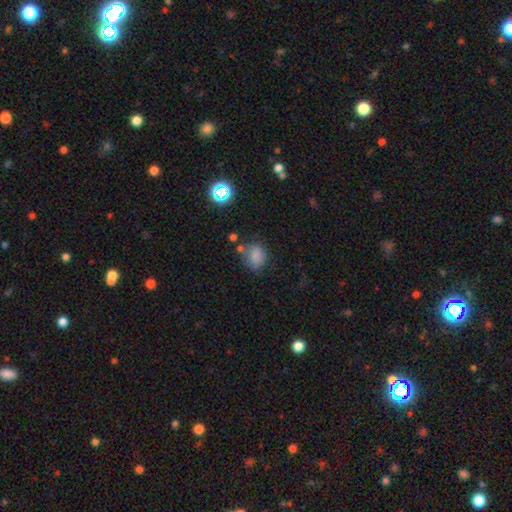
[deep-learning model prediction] Smooth or featured?
  - smooth: 79% *
  - star or artifact: 13%
  - featured or disk: 9%
How rounded?
  - round: 60% *
  - in between: 39%
  - cigar-shaped: 1%
Merging?
  - none: 60% *
  - minor disturbance: 24%
  - merger: 9%
  - major disturbance: 8%